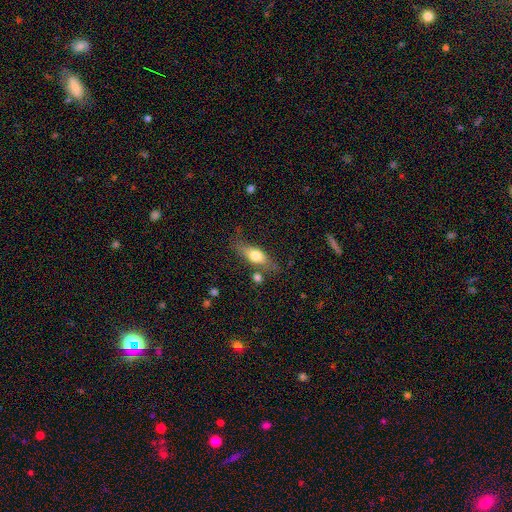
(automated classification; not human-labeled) Overall: smooth (64%; featured or disk 29%). How rounded: in between (67%; cigar-shaped 28%). Merging: none (62%).